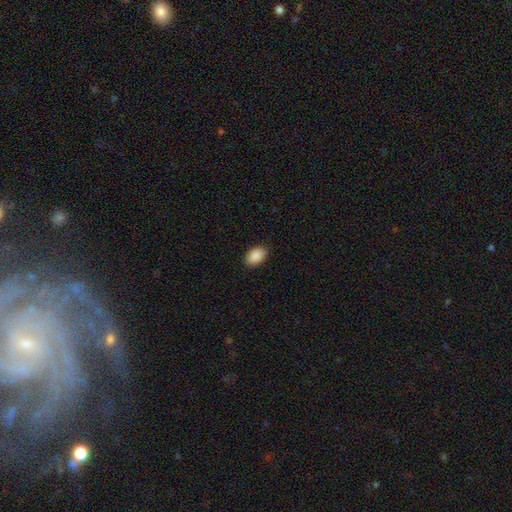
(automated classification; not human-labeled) Morphology: type=smooth (90%); roundness=in between (90%); merging=none (88%).